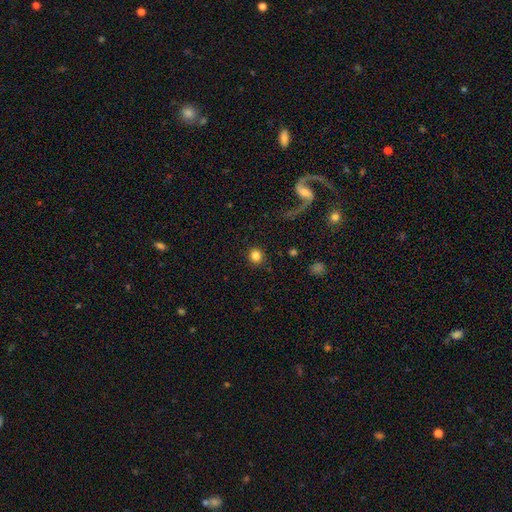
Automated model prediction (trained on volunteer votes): This is clearly a smooth galaxy (82%). How rounded: clearly round (89%). Merging: clearly none (89%).